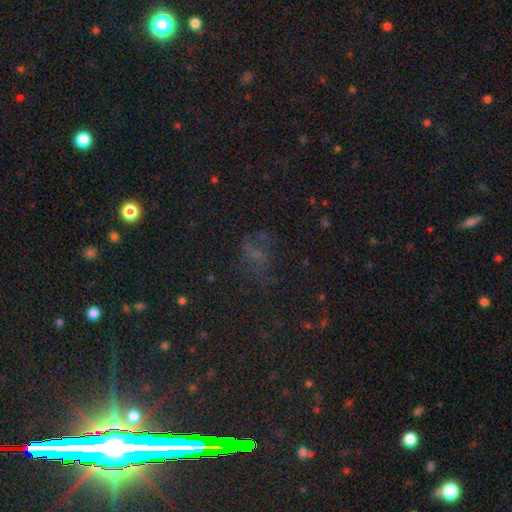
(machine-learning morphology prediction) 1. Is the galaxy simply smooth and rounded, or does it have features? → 39% star or artifact, 38% smooth, 23% featured or disk.